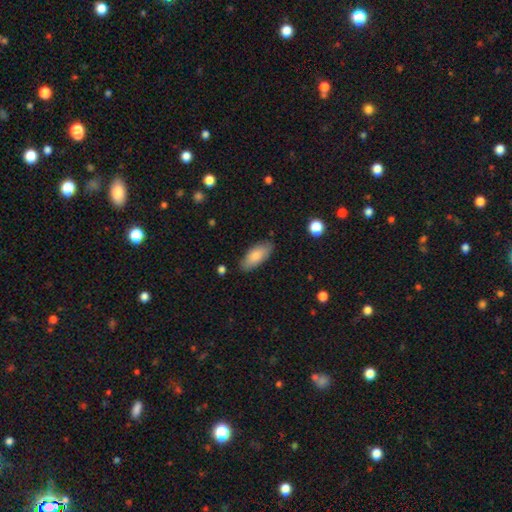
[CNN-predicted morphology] The model was most divided on "merging": none: 83%, minor disturbance: 13%, major disturbance: 3%, merger: 2%. More confident: how rounded — in between (85%); smooth or featured — smooth (83%).